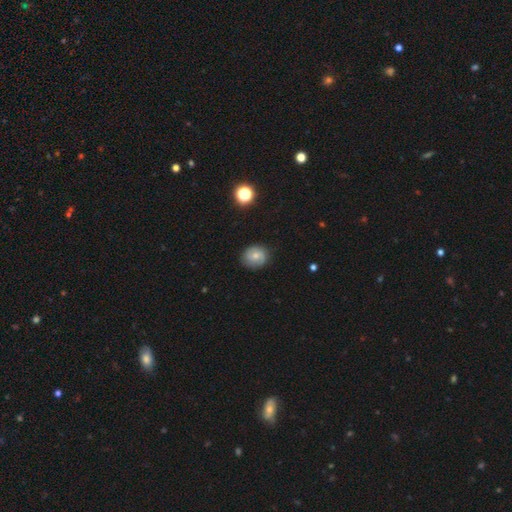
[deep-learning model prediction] smooth-or-featured: smooth: 51% | featured or disk: 39% | star or artifact: 11%
  how-rounded: round: 77% | in between: 22% | cigar-shaped: 1%
  merging: none: 80% | minor disturbance: 15% | major disturbance: 4% | merger: 1%